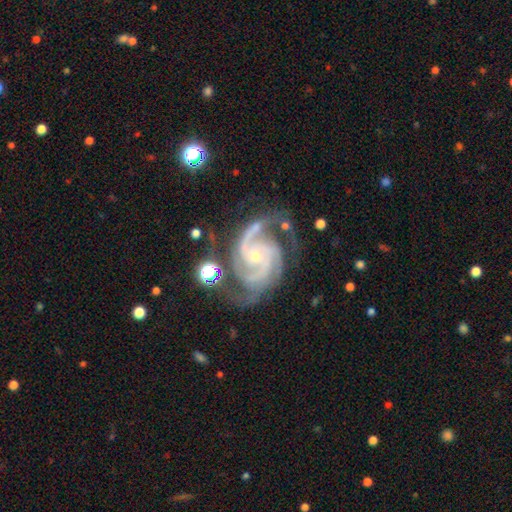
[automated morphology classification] A featured or disk galaxy (94%) with no bar (63%), 3 (50%) tight (48%) spiral arms (99%) and a small central bulge (72%).

Vote fractions:
- Smooth or featured? featured or disk: 94% / star or artifact: 4% / smooth: 2%
- Edge-on disk? no: 98% / yes: 2%
- Bar? no: 63% / weak: 27% / strong: 10%
- Spiral arms? yes: 99% / no: 1%
- Spiral winding? tight: 48% / medium: 47% / loose: 6%
- Spiral arm count? 3: 50% / 2: 23% / 4: 12% / can't tell: 6% / more than 4: 4% / 1: 4%
- Bulge size? small: 72% / moderate: 25% / none: 1% / large: 1% / dominant: 1%
- Merging? none: 64% / minor disturbance: 21% / major disturbance: 11% / merger: 3%